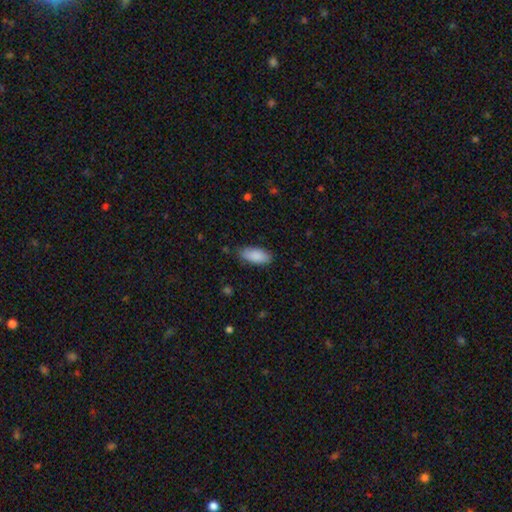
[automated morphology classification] Smooth or featured: smooth — 89% (star or artifact — 6%)
How rounded: in between — 88% (cigar-shaped — 11%)
Merging: none — 83% (minor disturbance — 13%)